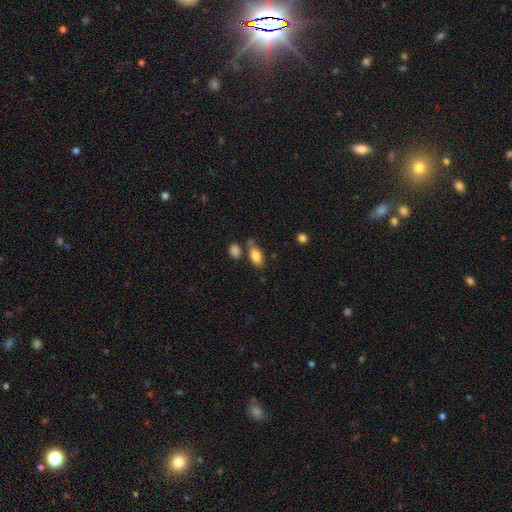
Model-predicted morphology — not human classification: Smooth or featured?
  - smooth: 84% *
  - featured or disk: 8%
  - star or artifact: 8%
How rounded?
  - in between: 90% *
  - cigar-shaped: 6%
  - round: 5%
Merging?
  - none: 61% *
  - merger: 18%
  - minor disturbance: 15%
  - major disturbance: 5%